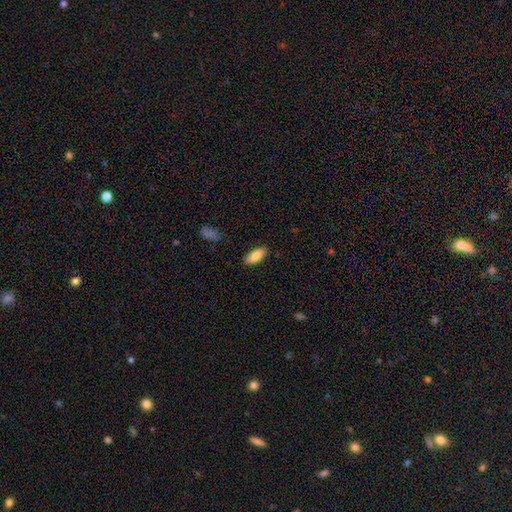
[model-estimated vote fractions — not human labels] This is clearly a smooth galaxy (81%). How rounded: clearly in between (85%). Merging: clearly none (87%).